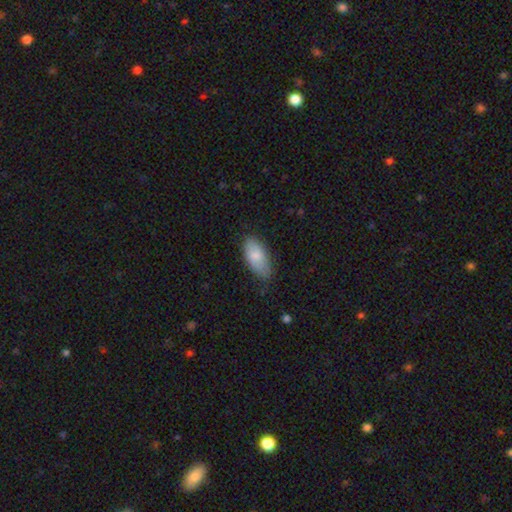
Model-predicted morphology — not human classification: A smooth galaxy with no disk features (83%) that is in between round and cigar-shaped (91%). Merging: none (72%).